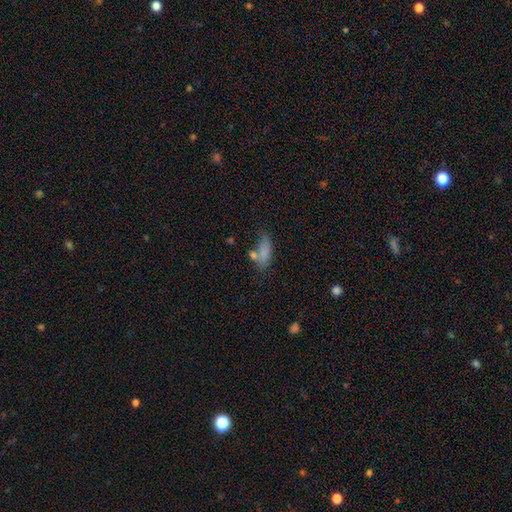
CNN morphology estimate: This appears to be a smooth galaxy with no disk features (76%) that is in between round and cigar-shaped (69%). Merging: none (54%).